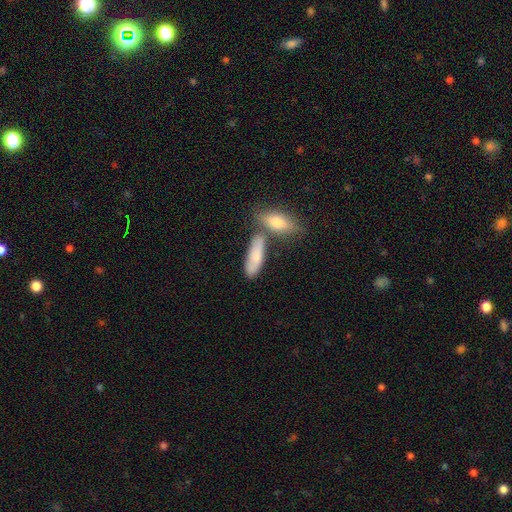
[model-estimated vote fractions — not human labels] smooth 75%, featured or disk 19%, star or artifact 6%. Down the decision tree: how rounded — in between (56%); merging — none (56%).